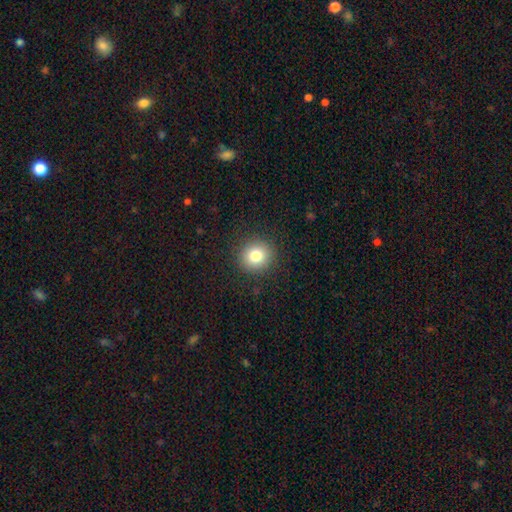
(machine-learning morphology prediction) type=smooth (81%); roundness=round (89%); merging=none (90%).